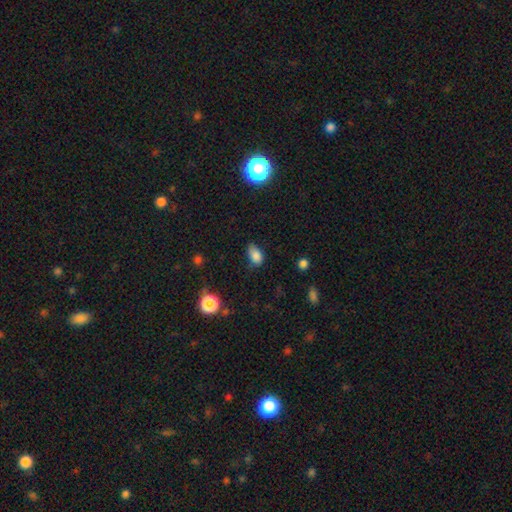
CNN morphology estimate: This is clearly a smooth galaxy (83%). How rounded: clearly in between (86%). Merging: possibly none (57%).